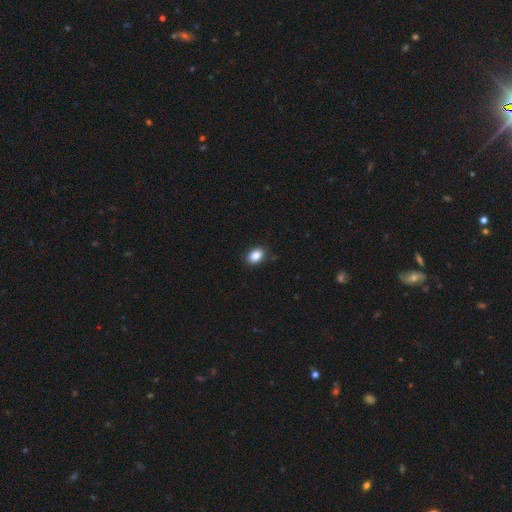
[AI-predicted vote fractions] This is clearly a smooth galaxy (88%). How rounded: likely in between (80%). Merging: clearly none (87%).